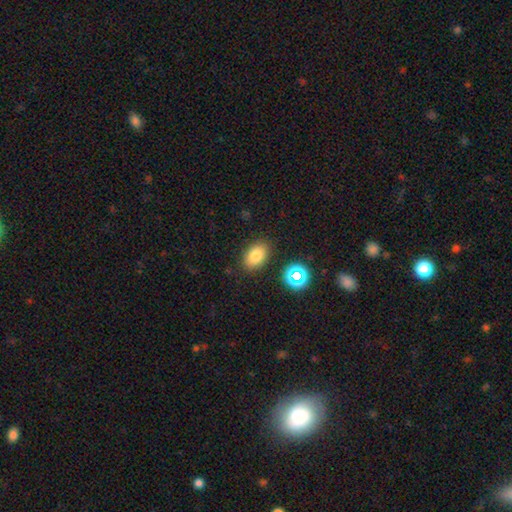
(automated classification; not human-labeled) Smooth or featured: smooth — 79% (star or artifact — 12%)
How rounded: in between — 85% (round — 14%)
Merging: none — 85% (minor disturbance — 10%)